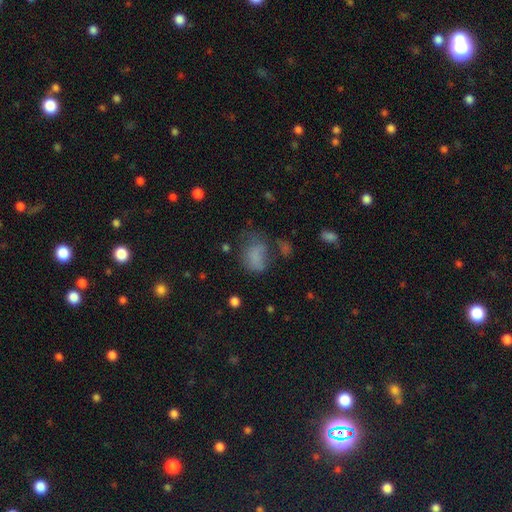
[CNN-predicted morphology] Smooth or featured: smooth — 68% (featured or disk — 17%)
How rounded: in between — 65% (round — 33%)
Merging: none — 33% (tied with major disturbance — 33%)